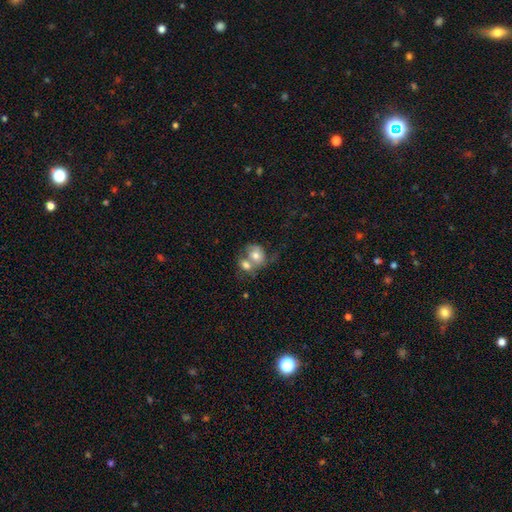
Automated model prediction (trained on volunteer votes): Smooth or featured? Predicted: smooth (p=0.64). How rounded? Predicted: round (p=0.52). Merging? Predicted: merger (p=0.71).